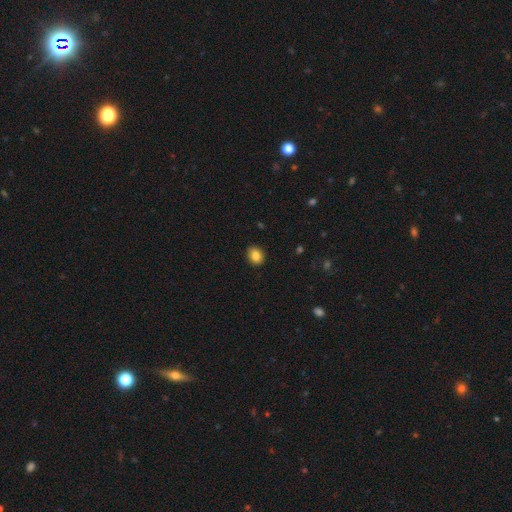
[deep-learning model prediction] Q: Smooth or featured?
A: smooth (85%); runner-up: star or artifact (9%)
Q: How rounded?
A: round (54%); runner-up: in between (45%)
Q: Merging?
A: none (89%); runner-up: minor disturbance (8%)